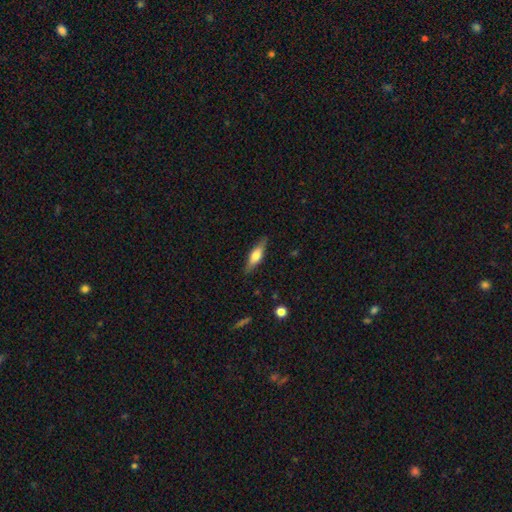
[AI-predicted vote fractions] Smooth or featured?
  - smooth: 49% *
  - featured or disk: 45%
  - star or artifact: 6%
Merging?
  - none: 85% *
  - minor disturbance: 11%
  - major disturbance: 2%
  - merger: 1%